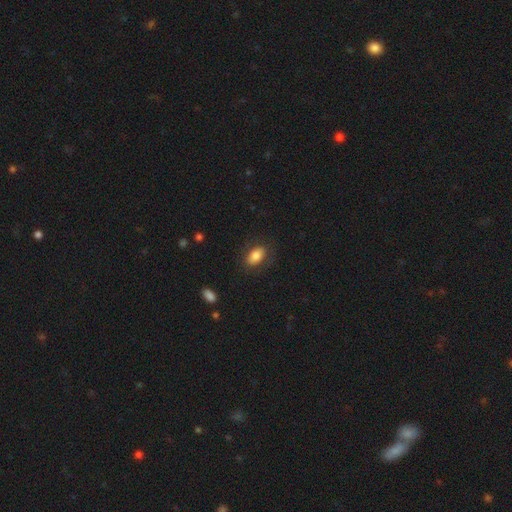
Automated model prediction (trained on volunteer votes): Overall: smooth (83%). How rounded: in between (89%). Merging: none (80%).